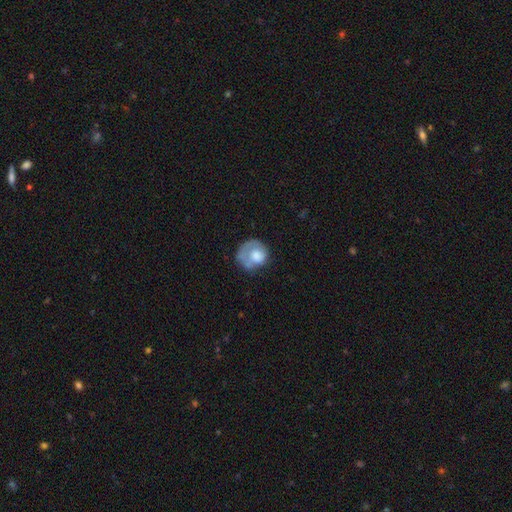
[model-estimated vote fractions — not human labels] Overall: smooth (58%; featured or disk 35%). How rounded: round (75%). Merging: none (41%; major disturbance 28%).